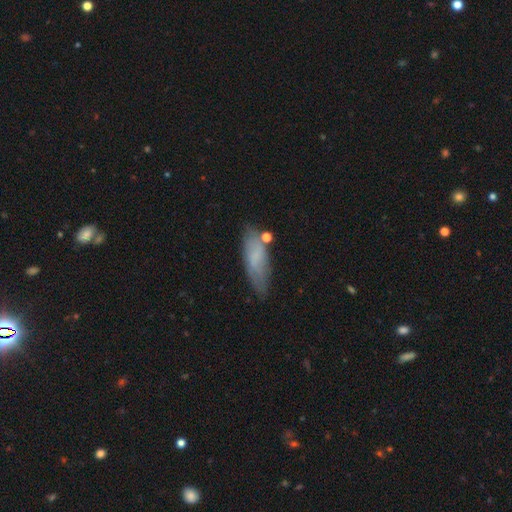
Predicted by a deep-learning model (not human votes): Q: Smooth or featured?
A: smooth (69%); runner-up: featured or disk (23%)
Q: How rounded?
A: in between (58%); runner-up: cigar-shaped (40%)
Q: Merging?
A: none (67%); runner-up: minor disturbance (22%)